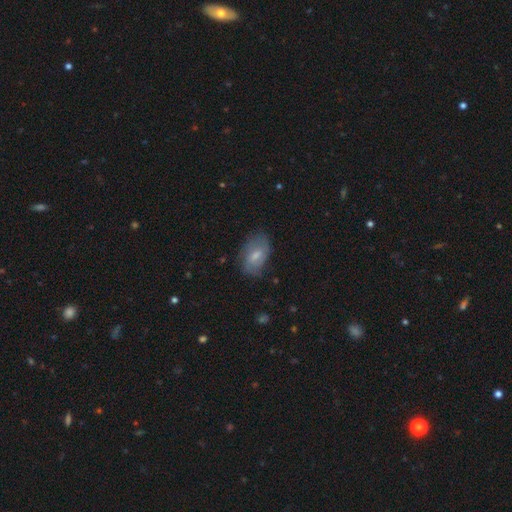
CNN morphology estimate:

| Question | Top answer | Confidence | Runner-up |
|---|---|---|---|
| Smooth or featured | smooth | 57% | featured or disk (35%) |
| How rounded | in between | 90% | round (8%) |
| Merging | none | 66% | minor disturbance (25%) |